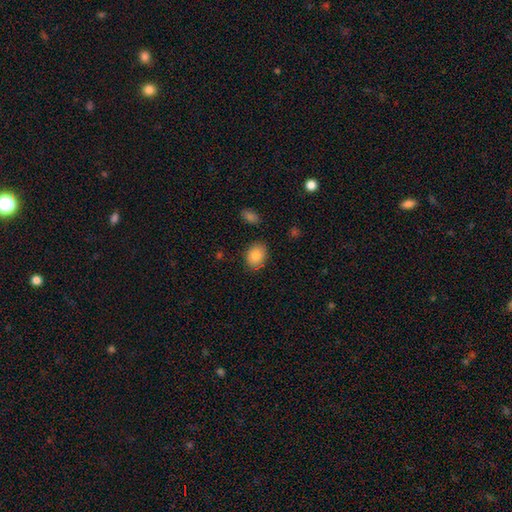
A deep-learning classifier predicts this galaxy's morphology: Smooth or featured: smooth — 86% (star or artifact — 8%)
How rounded: in between — 63% (round — 36%)
Merging: none — 84% (minor disturbance — 11%)